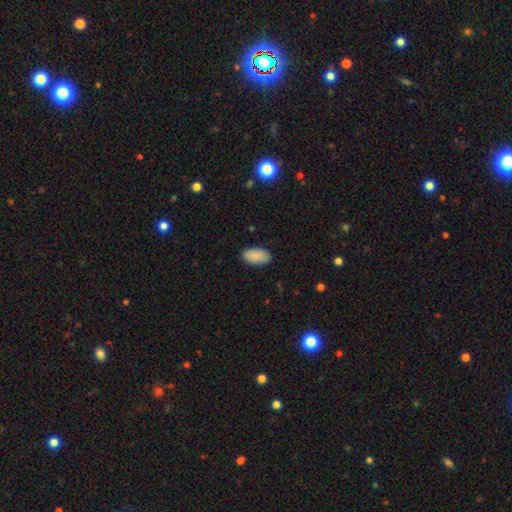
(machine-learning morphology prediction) Q: Smooth or featured?
A: smooth (89%); runner-up: star or artifact (6%)
Q: How rounded?
A: in between (94%); runner-up: cigar-shaped (3%)
Q: Merging?
A: none (86%); runner-up: minor disturbance (11%)